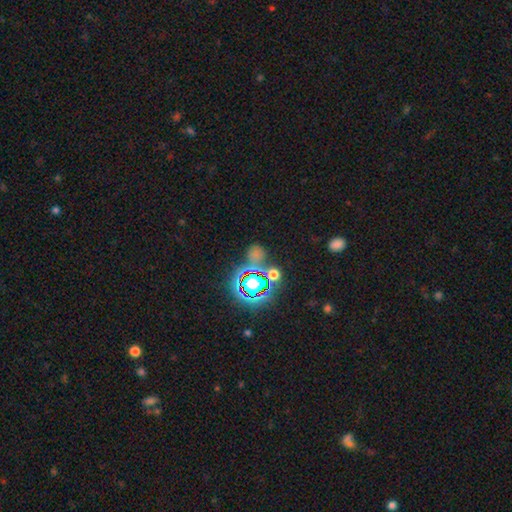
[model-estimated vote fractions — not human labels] Smooth or featured: star or artifact — 49% (smooth — 40%)